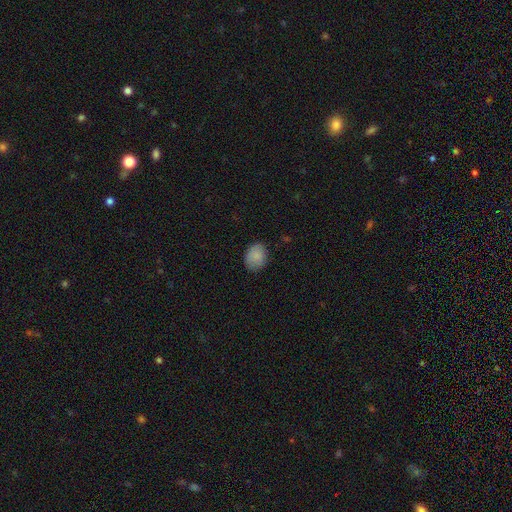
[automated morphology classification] smooth 87%, star or artifact 8%, featured or disk 5%. Down the decision tree: how rounded — in between (57%); merging — none (81%).